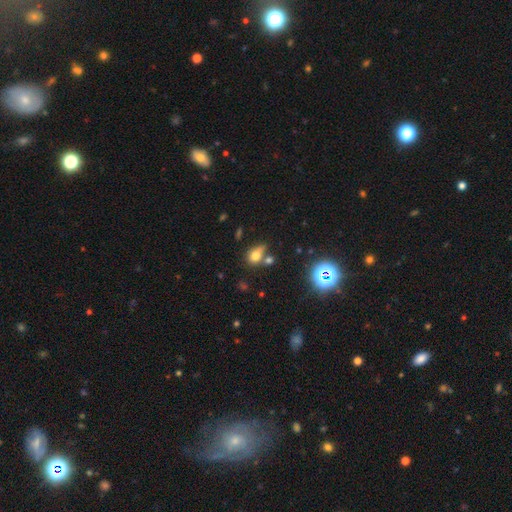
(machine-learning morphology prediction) smooth-or-featured: smooth: 72% | star or artifact: 16% | featured or disk: 12%
  how-rounded: in between: 57% | round: 40% | cigar-shaped: 2%
  merging: none: 46% | merger: 27% | minor disturbance: 18% | major disturbance: 9%